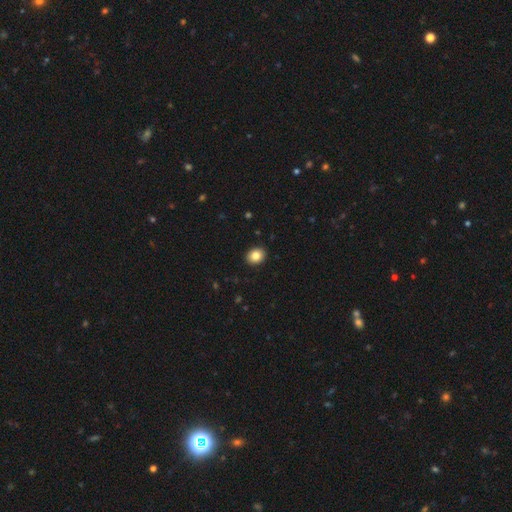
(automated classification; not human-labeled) Overall: smooth (84%). How rounded: round (57%; in between 42%). Merging: none (91%).